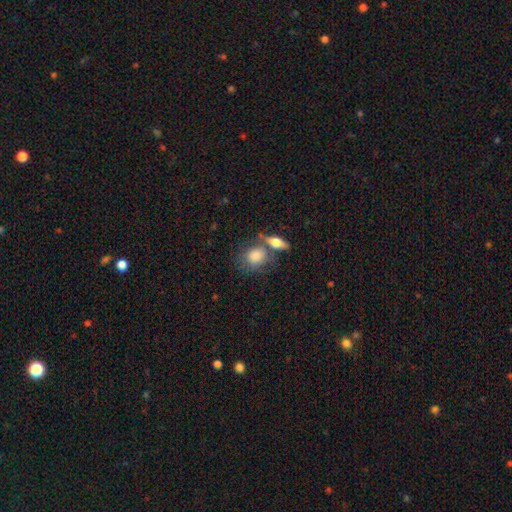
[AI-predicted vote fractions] A smooth galaxy with no disk features (78%) that is in between round and cigar-shaped (48%, tied with round). Merging: none (48%).